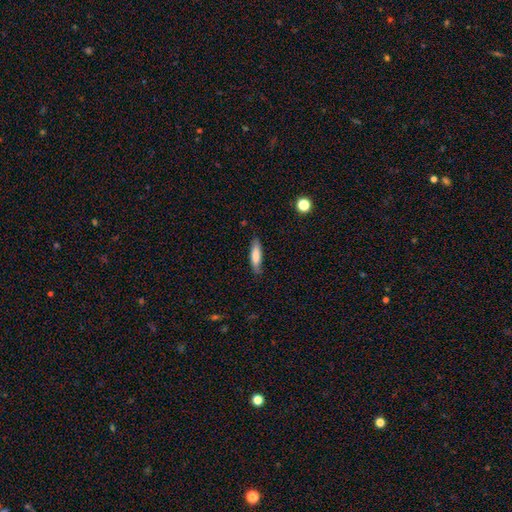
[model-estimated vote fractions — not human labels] Q: Smooth or featured?
A: smooth (76%); runner-up: featured or disk (18%)
Q: How rounded?
A: cigar-shaped (70%); runner-up: in between (29%)
Q: Merging?
A: none (81%); runner-up: minor disturbance (15%)